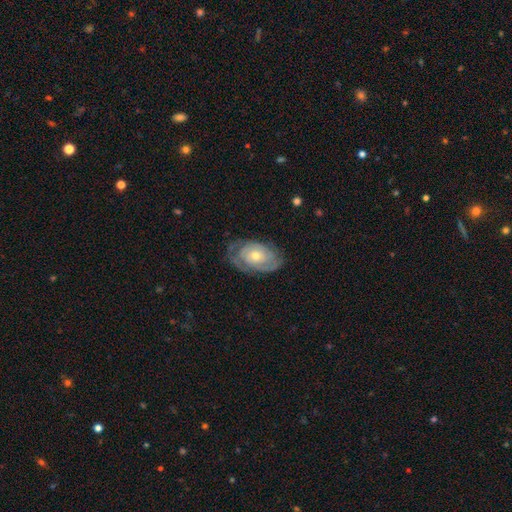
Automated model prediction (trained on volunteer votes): Morphology: type=featured or disk (74%); edge-on=no (94%); bar=no (81%); spiral arms=yes (82%); winding=tight (70%); arm count=can't tell (42%); bulge=moderate (48%); merging=none (68%).